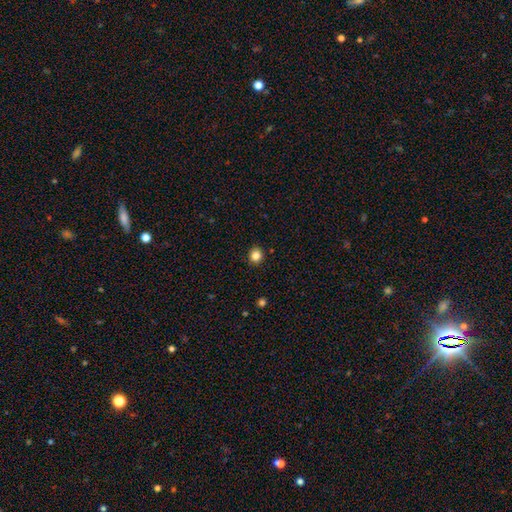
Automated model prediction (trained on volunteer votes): The model was most divided on "how rounded": round: 83%, in between: 16%, cigar-shaped: 1%. More confident: merging — none (91%); smooth or featured — smooth (83%).